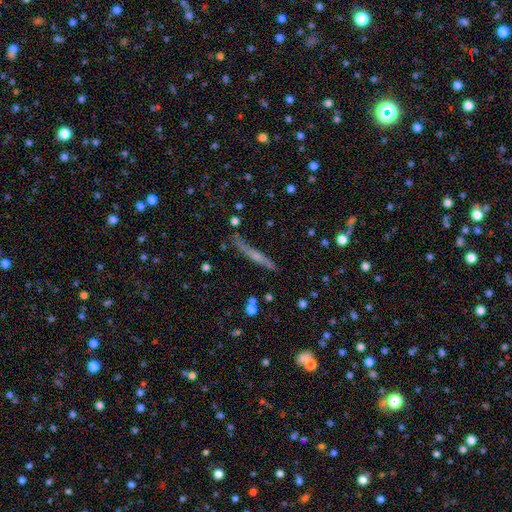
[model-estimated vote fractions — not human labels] Q: Smooth or featured?
A: featured or disk (48%); runner-up: smooth (41%)
Q: Merging?
A: none (71%); runner-up: minor disturbance (19%)